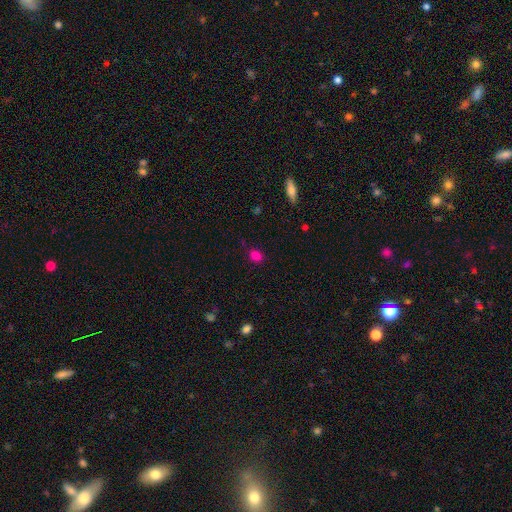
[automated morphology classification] Overall: smooth (80%). How rounded: round (54%; in between 44%). Merging: none (85%).